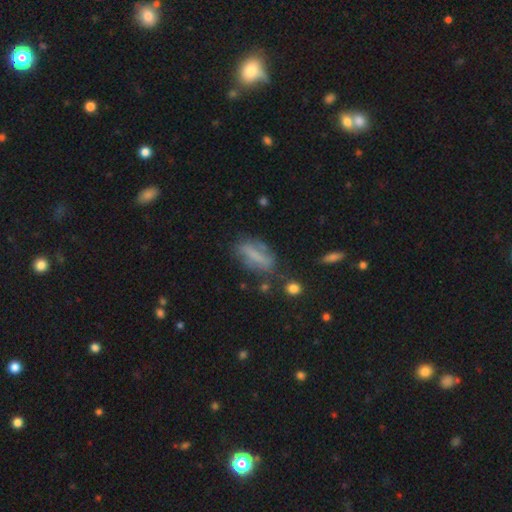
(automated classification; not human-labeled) Smooth or featured? smooth (55%)
How rounded? in between (53%)
Merging? none (61%)